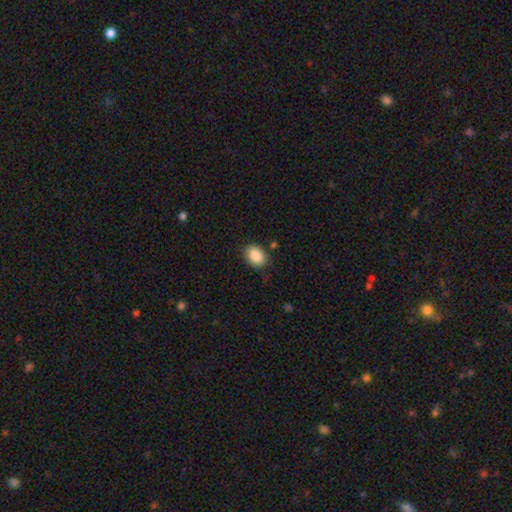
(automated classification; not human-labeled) Smooth or featured? smooth (89%)
How rounded? in between (76%)
Merging? none (83%)